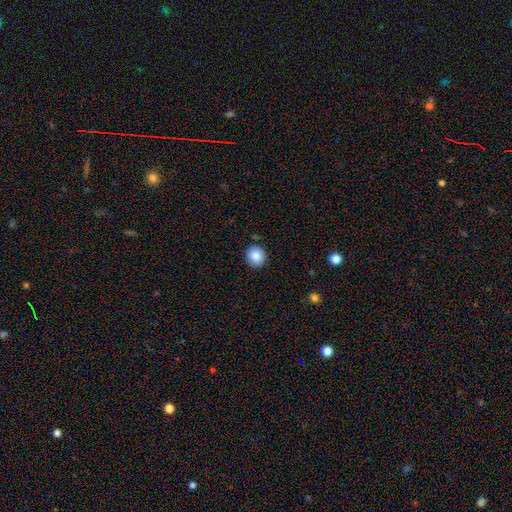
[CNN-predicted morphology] Smooth or featured: smooth — 84% (star or artifact — 9%)
How rounded: round — 87% (in between — 12%)
Merging: none — 89% (minor disturbance — 8%)